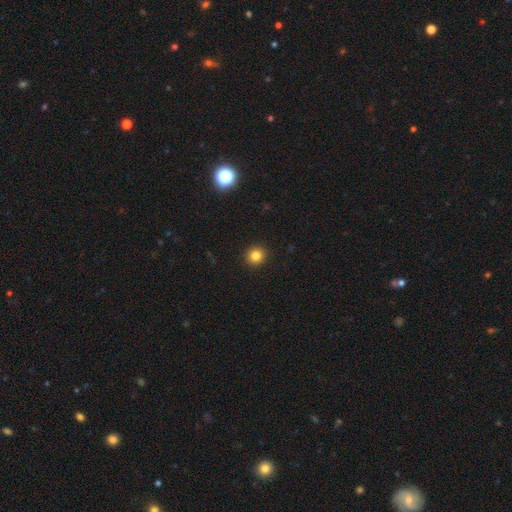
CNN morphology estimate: A smooth galaxy with no disk features (83%) that is round (92%).

Vote fractions:
- Smooth or featured? smooth: 83% / star or artifact: 12% / featured or disk: 5%
- How rounded? round: 92% / in between: 7% / cigar-shaped: 1%
- Merging? none: 93% / minor disturbance: 5% / major disturbance: 2% / merger: 1%